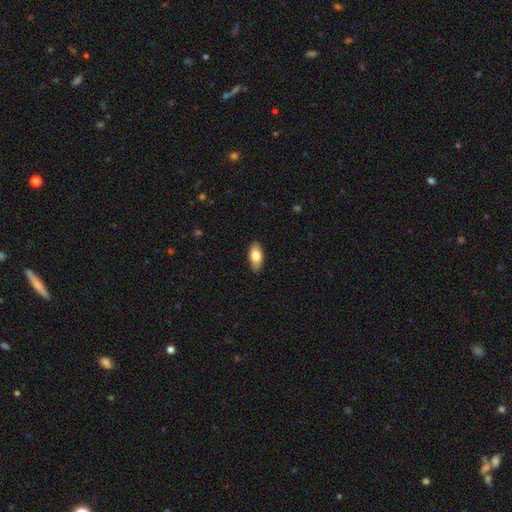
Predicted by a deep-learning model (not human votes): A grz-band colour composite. It shows a smooth galaxy with no disk features (79%) that is in between round and cigar-shaped (91%). Merging: none (87%).